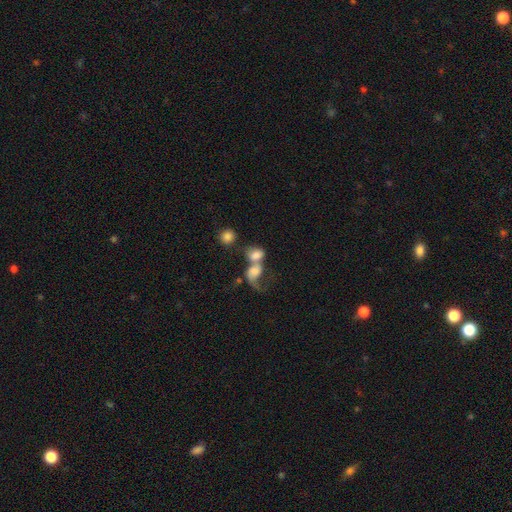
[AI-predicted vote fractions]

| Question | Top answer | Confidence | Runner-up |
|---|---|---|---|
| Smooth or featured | smooth | 62% | featured or disk (27%) |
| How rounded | in between | 65% | round (33%) |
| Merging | merger | 70% | major disturbance (13%) |